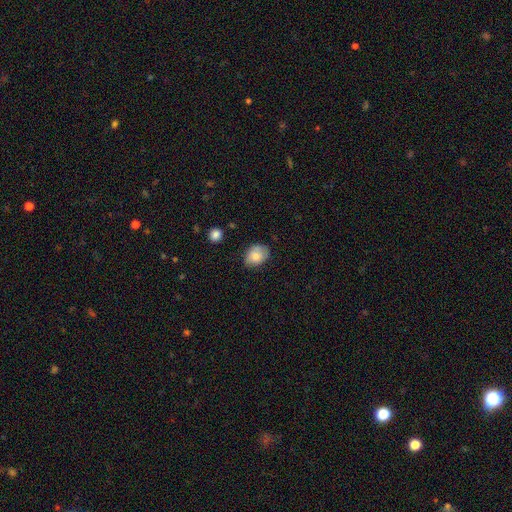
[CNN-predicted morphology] smooth 79%, featured or disk 13%, star or artifact 8%. Down the decision tree: how rounded — in between (68%); merging — none (68%).